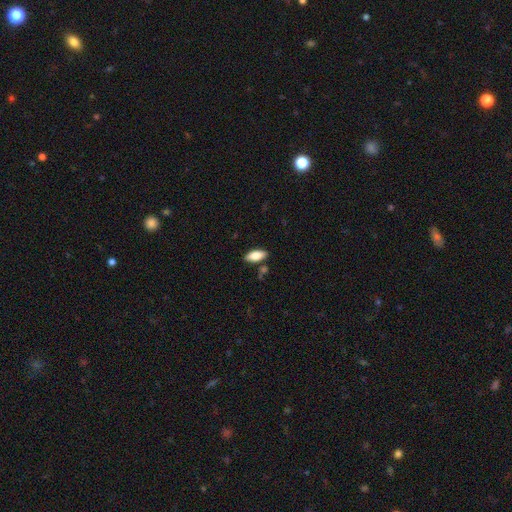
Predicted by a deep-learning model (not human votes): A smooth galaxy with no disk features (81%) that is in between round and cigar-shaped (87%). Merging: none (83%).